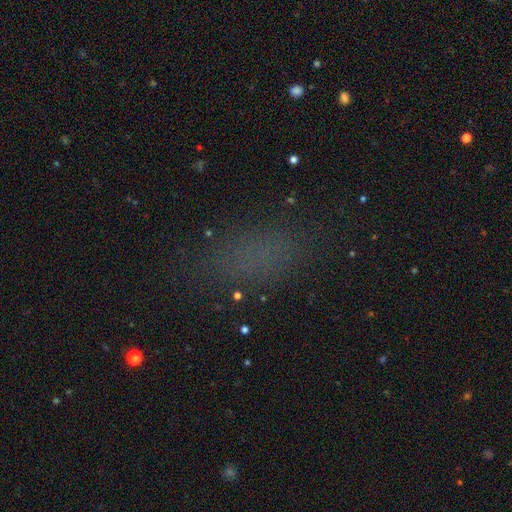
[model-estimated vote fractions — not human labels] Smooth or featured: smooth — 63% (star or artifact — 28%)
How rounded: in between — 76% (cigar-shaped — 16%)
Merging: none — 81% (minor disturbance — 12%)